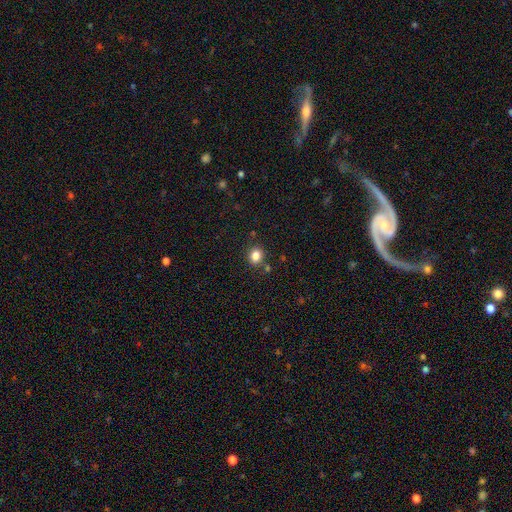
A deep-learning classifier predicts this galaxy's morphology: smooth 83%, star or artifact 12%, featured or disk 5%. Down the decision tree: how rounded — round (69%); merging — none (83%).